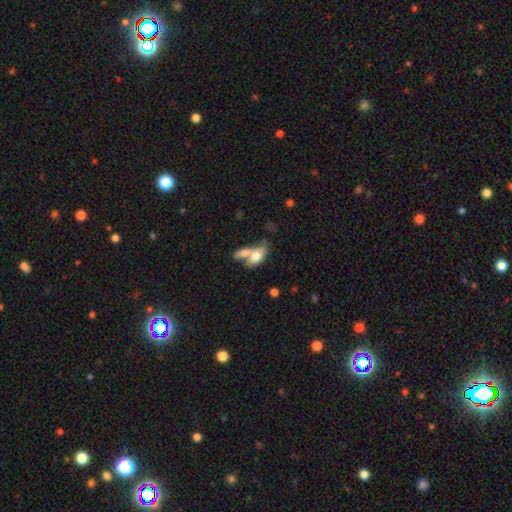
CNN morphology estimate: Smooth or featured?
  - smooth: 68% *
  - featured or disk: 25%
  - star or artifact: 7%
How rounded?
  - in between: 84% *
  - cigar-shaped: 9%
  - round: 7%
Merging?
  - merger: 57% *
  - none: 24%
  - minor disturbance: 11%
  - major disturbance: 8%